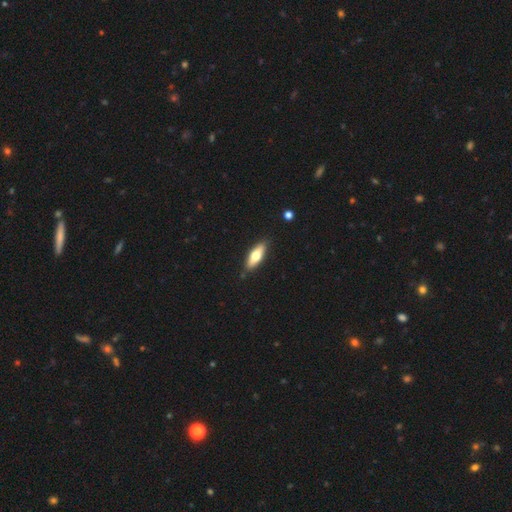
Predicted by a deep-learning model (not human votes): The model was most divided on "how rounded": in between: 59%, cigar-shaped: 39%, round: 2%. More confident: merging — none (88%); smooth or featured — smooth (63%).